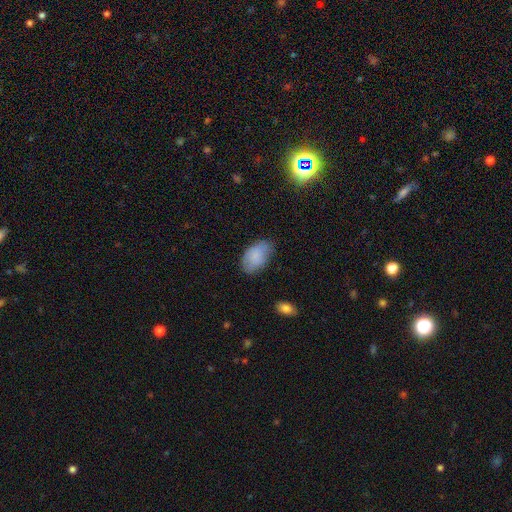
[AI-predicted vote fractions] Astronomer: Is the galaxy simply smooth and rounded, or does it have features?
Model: smooth — 83%.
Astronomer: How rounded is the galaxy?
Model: in between — 93%.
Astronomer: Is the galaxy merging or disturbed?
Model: none — 66%.